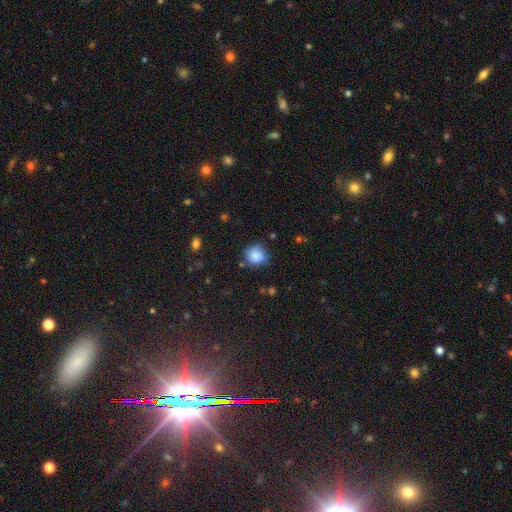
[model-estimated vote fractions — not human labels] This is clearly a smooth galaxy (85%). How rounded: clearly round (83%). Merging: likely none (72%).